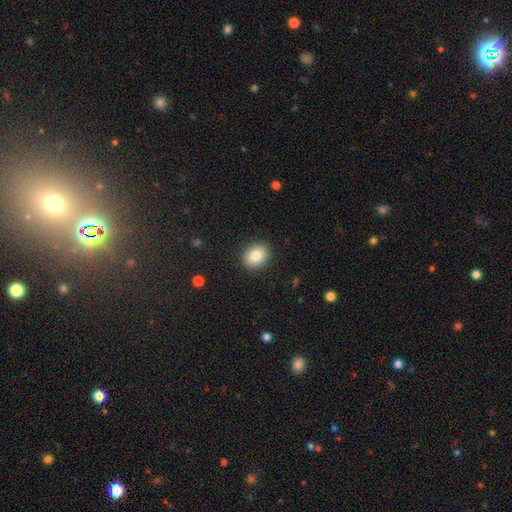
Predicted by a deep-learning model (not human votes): A smooth galaxy with no disk features (84%) that is round (55%). Merging: none (90%).